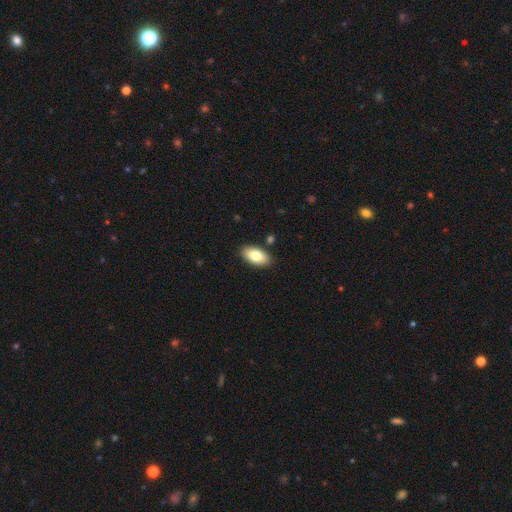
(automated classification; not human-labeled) Smooth or featured: smooth — 79% (featured or disk — 15%)
How rounded: in between — 94% (round — 3%)
Merging: none — 87% (minor disturbance — 9%)